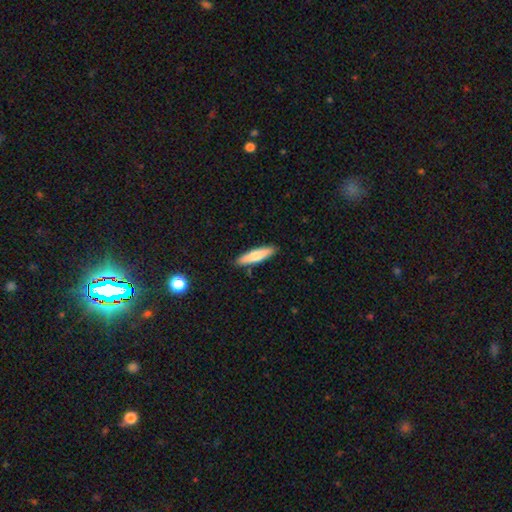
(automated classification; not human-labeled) Smooth or featured: smooth — 72% (featured or disk — 23%)
How rounded: cigar-shaped — 75% (in between — 24%)
Merging: none — 88% (minor disturbance — 8%)